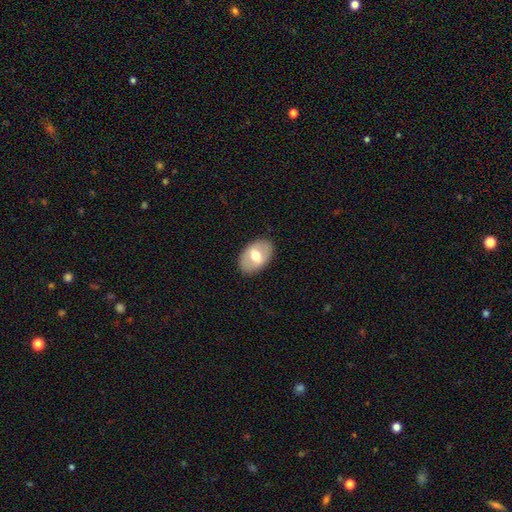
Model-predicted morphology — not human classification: smooth_or_featured: smooth (p=0.54) [alt: featured or disk p=0.39]
how_rounded: in between (p=0.86) [alt: round p=0.13]
merging: none (p=0.87) [alt: minor disturbance p=0.09]